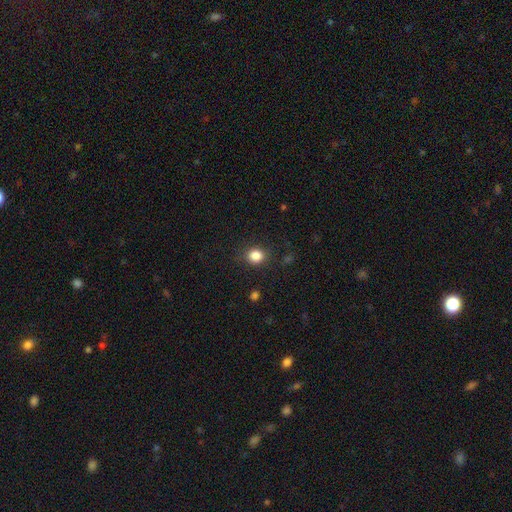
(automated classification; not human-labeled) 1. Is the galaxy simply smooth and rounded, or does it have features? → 85% smooth, 11% star or artifact, 4% featured or disk.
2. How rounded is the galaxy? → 70% round, 29% in between, 1% cigar-shaped.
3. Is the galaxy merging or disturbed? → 85% none, 10% minor disturbance, 3% major disturbance, 1% merger.